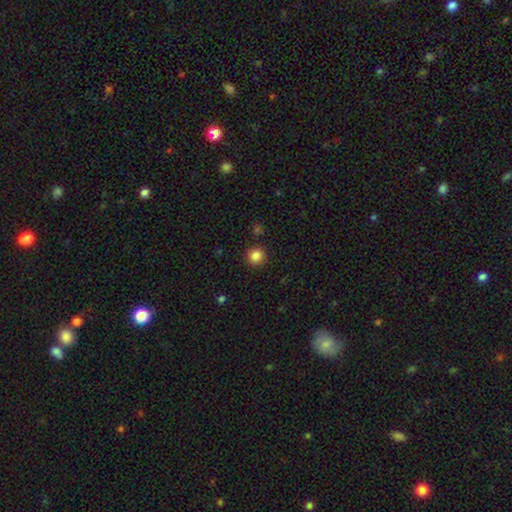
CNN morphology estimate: Q: Smooth or featured?
A: smooth (85%); runner-up: star or artifact (12%)
Q: How rounded?
A: round (93%); runner-up: in between (6%)
Q: Merging?
A: none (91%); runner-up: minor disturbance (5%)